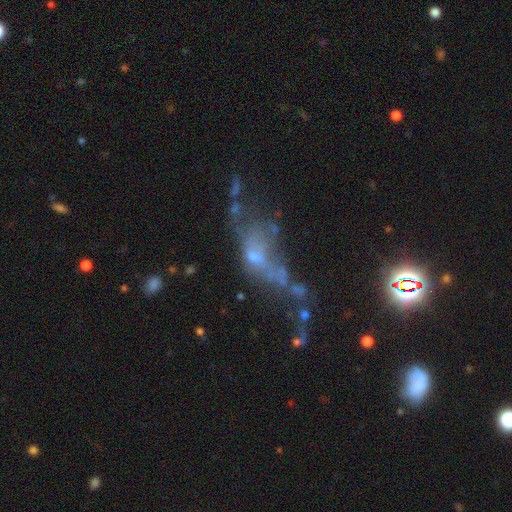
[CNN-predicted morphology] A featured or disk galaxy (44%).

Vote fractions:
- Smooth or featured? featured or disk: 44% / star or artifact: 34% / smooth: 22%
- Merging? major disturbance: 38% / none: 28% / merger: 18% / minor disturbance: 16%